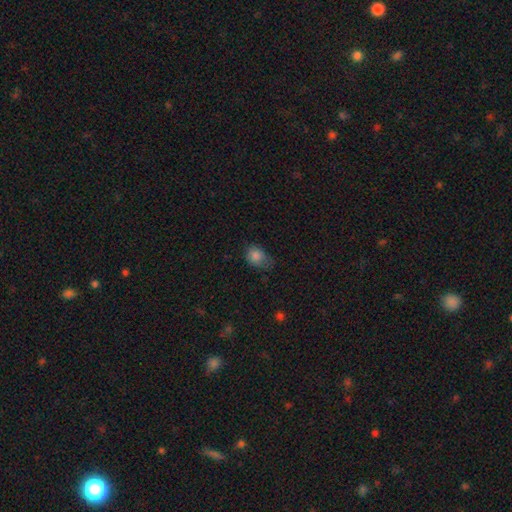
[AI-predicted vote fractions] A smooth galaxy with no disk features (83%) that is in between round and cigar-shaped (52%). Merging: none (46%).